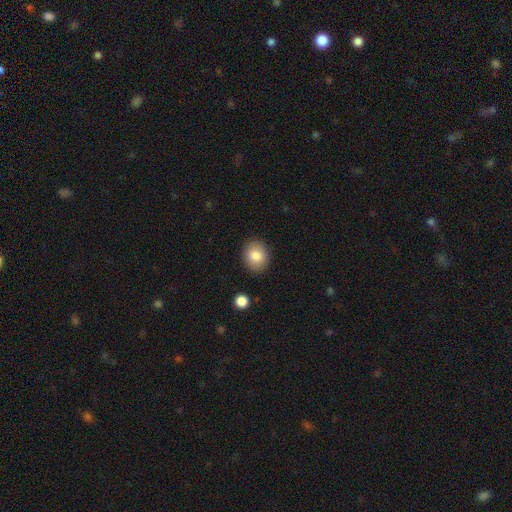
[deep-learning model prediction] Morphology: type=smooth (83%); roundness=round (59%); merging=none (87%).